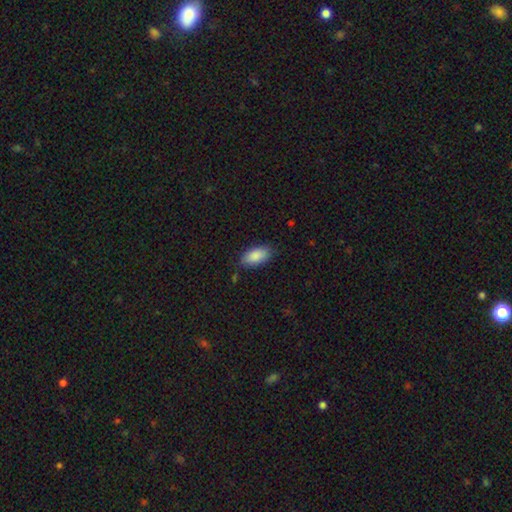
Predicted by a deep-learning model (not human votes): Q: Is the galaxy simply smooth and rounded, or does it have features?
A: smooth — 88%.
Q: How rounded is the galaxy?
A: in between — 92%.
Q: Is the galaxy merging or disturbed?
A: none — 80%.